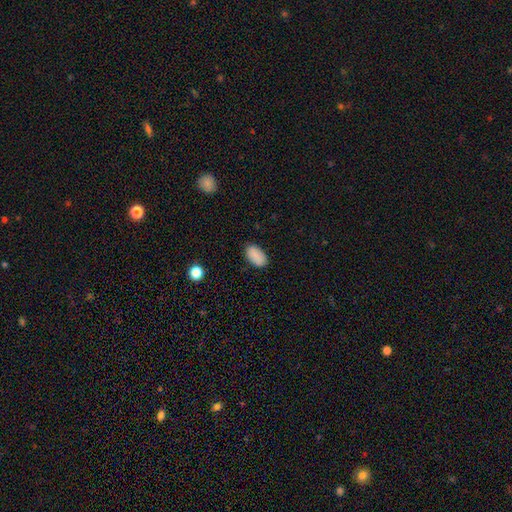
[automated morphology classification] This appears to be a smooth galaxy with no disk features (88%) that is in between round and cigar-shaped (94%). Merging: none (85%).